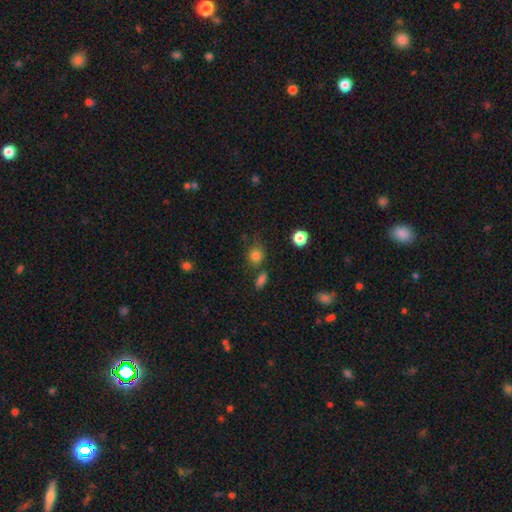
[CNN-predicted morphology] A smooth galaxy with no disk features (81%) that is round (77%).

Vote fractions:
- Smooth or featured? smooth: 81% / star or artifact: 13% / featured or disk: 6%
- How rounded? round: 77% / in between: 21% / cigar-shaped: 1%
- Merging? none: 69% / minor disturbance: 15% / merger: 10% / major disturbance: 5%